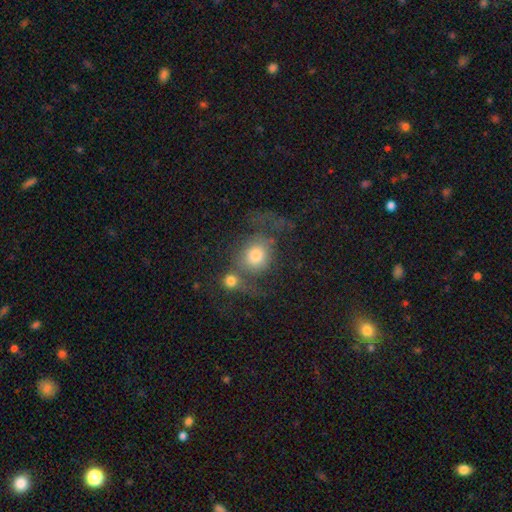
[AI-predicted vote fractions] smooth-or-featured: smooth: 64% | featured or disk: 26% | star or artifact: 10%
  how-rounded: round: 69% | in between: 29% | cigar-shaped: 2%
  merging: merger: 36% | none: 29% | major disturbance: 20% | minor disturbance: 15%